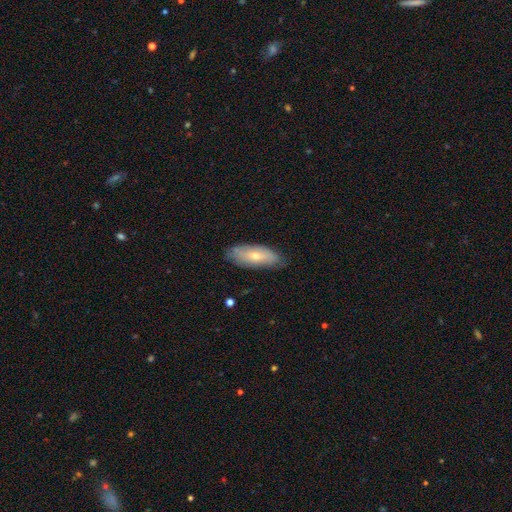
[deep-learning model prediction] This appears to be a smooth galaxy with no disk features (59%) that is in between round and cigar-shaped (73%). Merging: none (76%).